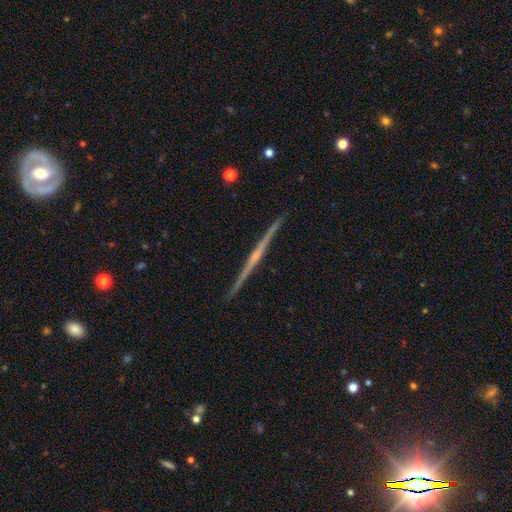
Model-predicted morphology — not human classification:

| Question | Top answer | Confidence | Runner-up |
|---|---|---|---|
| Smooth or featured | featured or disk | 82% | smooth (12%) |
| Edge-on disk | yes | 99% | no (1%) |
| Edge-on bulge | rounded | 52% | none (39%) |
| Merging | none | 93% | minor disturbance (5%) |